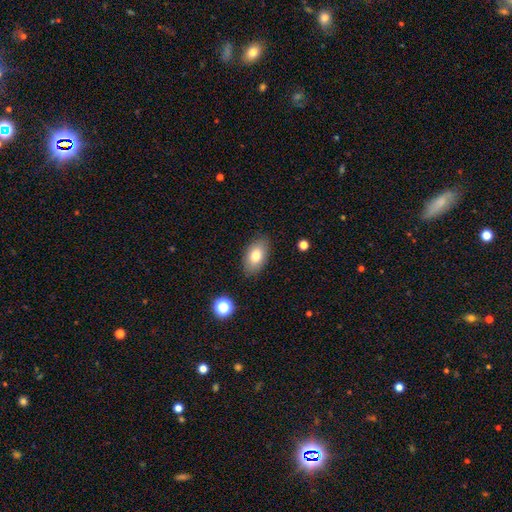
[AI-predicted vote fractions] Smooth or featured? smooth (80%)
How rounded? in between (92%)
Merging? none (85%)